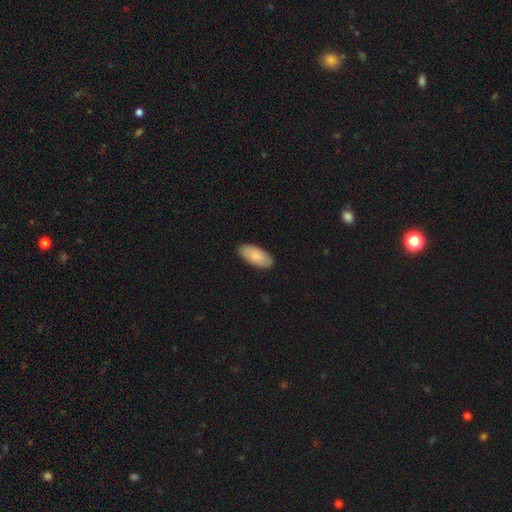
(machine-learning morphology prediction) Smooth or featured: smooth — 82% (featured or disk — 13%)
How rounded: in between — 90% (cigar-shaped — 9%)
Merging: none — 87% (minor disturbance — 11%)